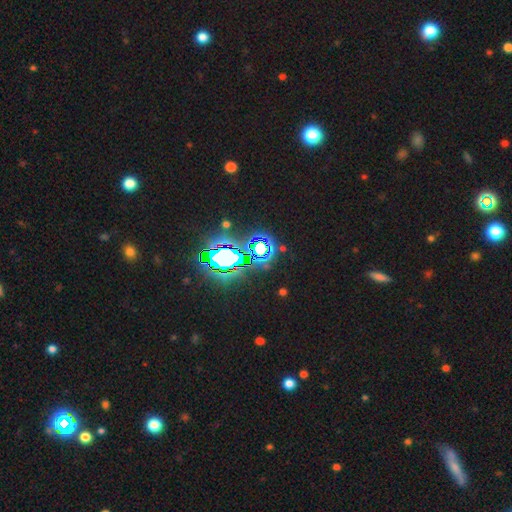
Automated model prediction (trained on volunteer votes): smooth_or_featured: star or artifact (p=0.80) [alt: smooth p=0.12]